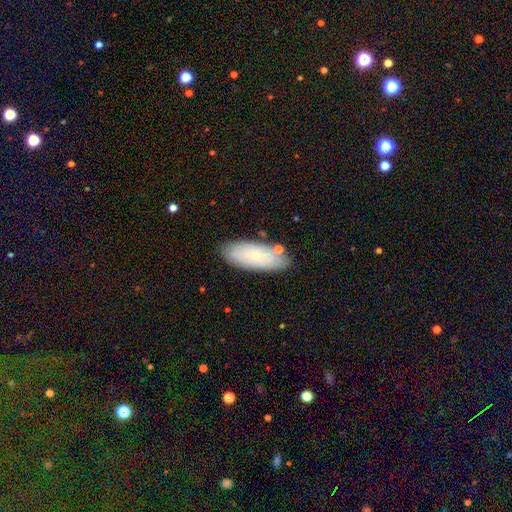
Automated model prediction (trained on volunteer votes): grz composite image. It shows a smooth galaxy with no disk features (62%) that is in between round and cigar-shaped (80%). Merging: none (79%).